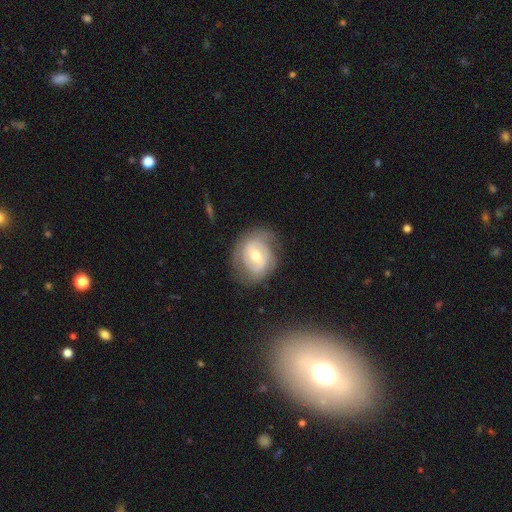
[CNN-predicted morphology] Q: Smooth or featured?
A: featured or disk (63%); runner-up: smooth (31%)
Q: Edge-on disk?
A: no (96%); runner-up: yes (4%)
Q: Bar?
A: weak (42%); tied with: no (42%)
Q: Spiral arms?
A: yes (59%); runner-up: no (41%)
Q: Bulge size?
A: moderate (69%); runner-up: small (24%)
Q: Merging?
A: none (67%); runner-up: minor disturbance (21%)